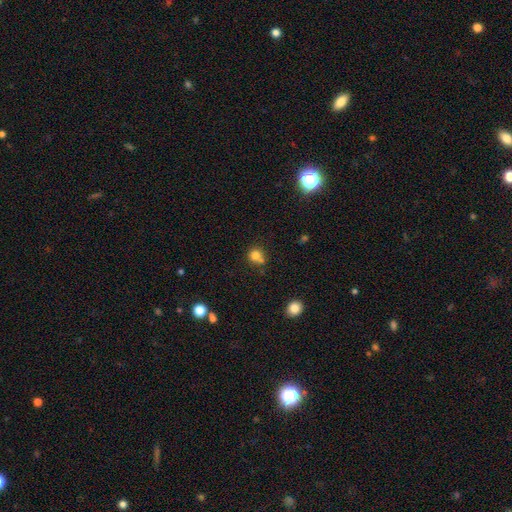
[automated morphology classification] smooth_or_featured: smooth (p=0.78) [alt: star or artifact p=0.13]
how_rounded: round (p=0.83) [alt: in between p=0.16]
merging: none (p=0.53) [alt: merger p=0.29]